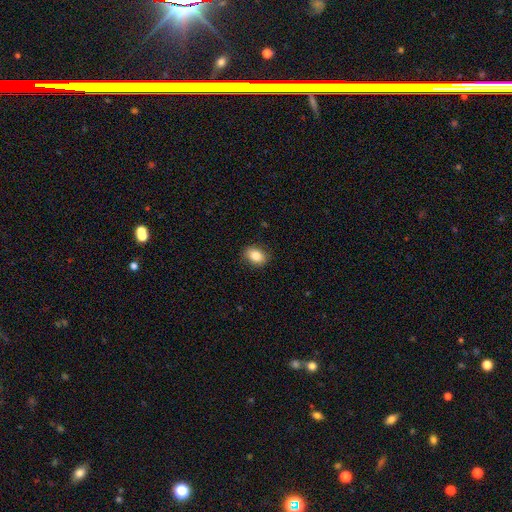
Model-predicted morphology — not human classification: Overall: smooth (84%). How rounded: in between (69%; round 30%). Merging: none (87%).